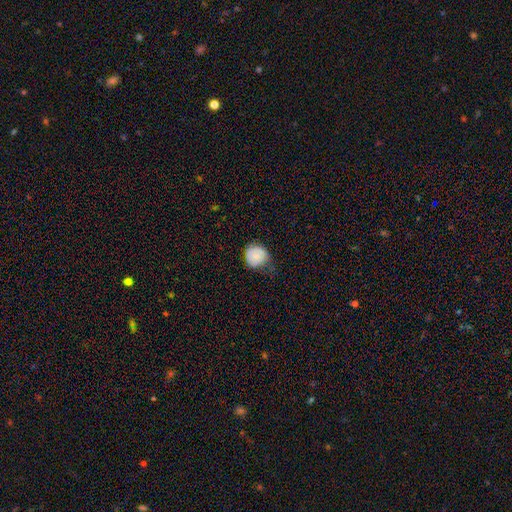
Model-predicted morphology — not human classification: A smooth galaxy with no disk features (80%) that is round (86%).

Vote fractions:
- Smooth or featured? smooth: 80% / featured or disk: 13% / star or artifact: 7%
- How rounded? round: 86% / in between: 14% / cigar-shaped: 1%
- Merging? none: 48% / minor disturbance: 40% / major disturbance: 11% / merger: 1%